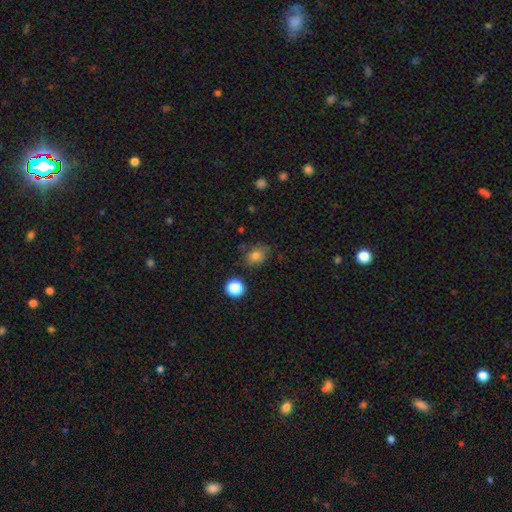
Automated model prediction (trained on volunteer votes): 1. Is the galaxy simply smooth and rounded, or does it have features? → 75% smooth, 14% star or artifact, 11% featured or disk.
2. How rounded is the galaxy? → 51% round, 48% in between, 1% cigar-shaped.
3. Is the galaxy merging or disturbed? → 67% none, 23% minor disturbance, 7% major disturbance, 3% merger.